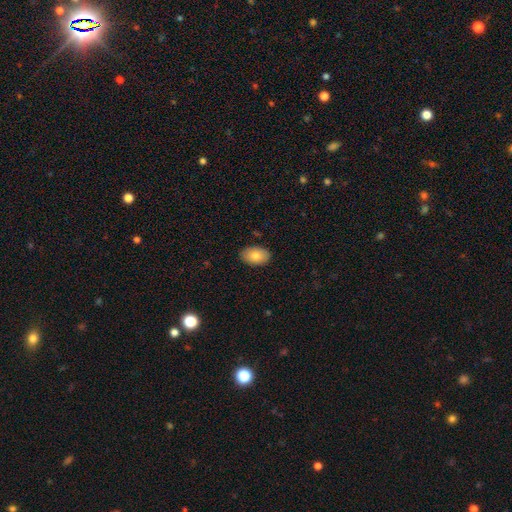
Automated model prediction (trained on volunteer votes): smooth 83%, featured or disk 11%, star or artifact 6%. Down the decision tree: how rounded — in between (92%); merging — none (88%).